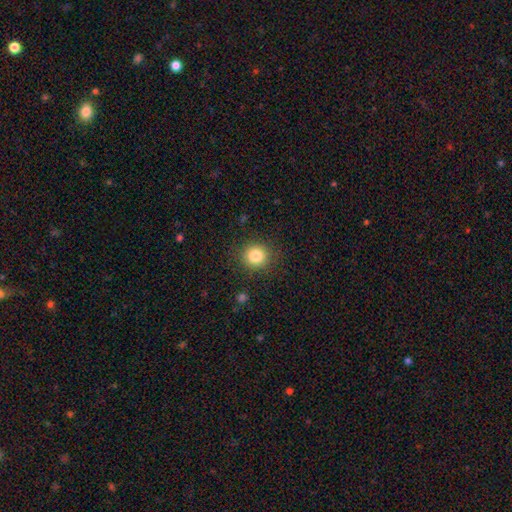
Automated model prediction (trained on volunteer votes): smooth 83%, star or artifact 11%, featured or disk 6%. Down the decision tree: how rounded — round (90%); merging — none (89%).